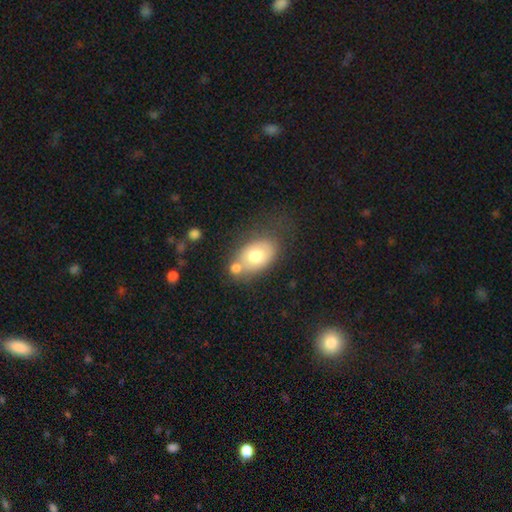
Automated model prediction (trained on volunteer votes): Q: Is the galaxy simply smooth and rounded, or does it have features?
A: smooth — 71%.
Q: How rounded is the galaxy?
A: in between — 84%.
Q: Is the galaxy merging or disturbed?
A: none — 44%.